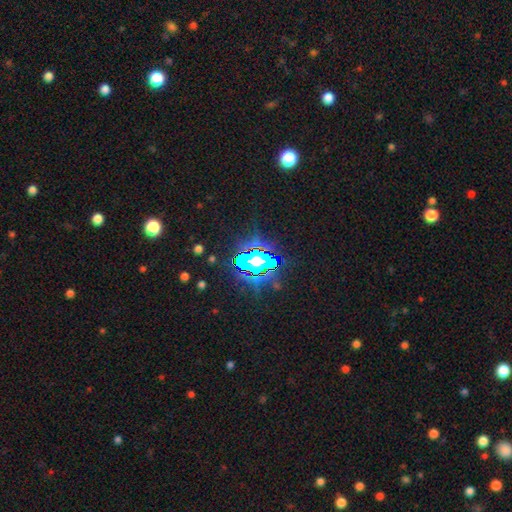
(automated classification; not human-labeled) Overall: star or artifact (84%).